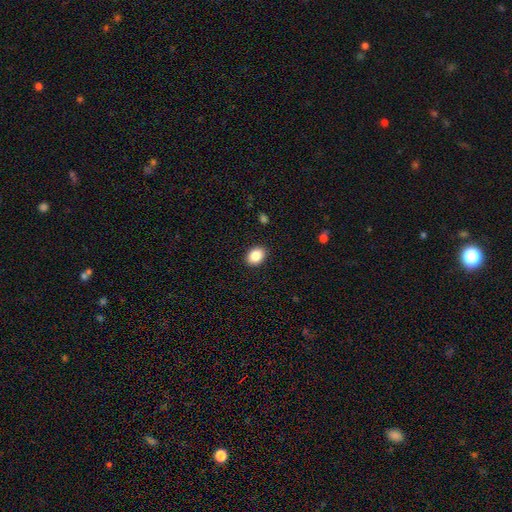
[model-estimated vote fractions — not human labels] Q: Smooth or featured?
A: smooth (87%); runner-up: star or artifact (8%)
Q: How rounded?
A: in between (71%); runner-up: round (28%)
Q: Merging?
A: none (90%); runner-up: minor disturbance (7%)